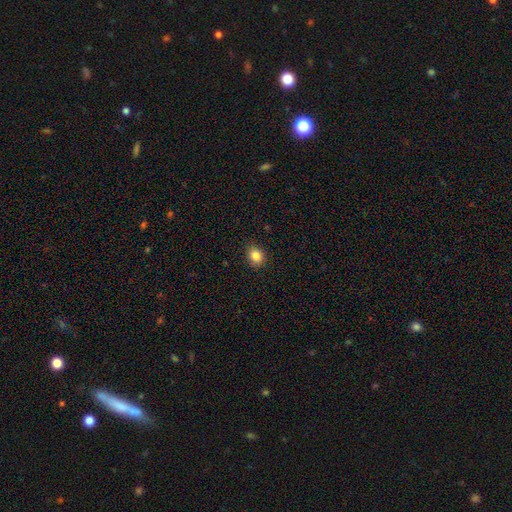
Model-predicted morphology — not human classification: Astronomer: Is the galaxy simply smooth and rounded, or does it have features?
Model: smooth — 85%.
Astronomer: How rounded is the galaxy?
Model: round — 56% (runner-up: in between, 43%).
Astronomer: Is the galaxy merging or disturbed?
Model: none — 88%.